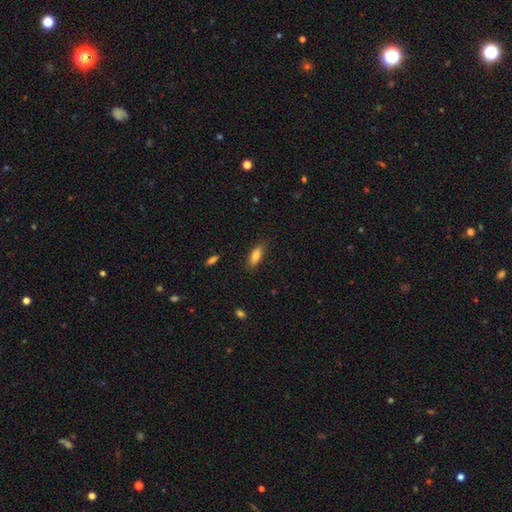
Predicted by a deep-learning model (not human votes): Morphology: type=smooth (80%); roundness=in between (70%); merging=none (82%).